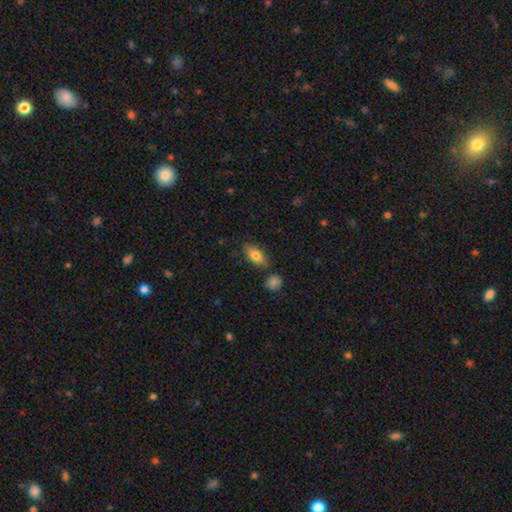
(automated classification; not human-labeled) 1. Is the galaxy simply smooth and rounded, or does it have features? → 78% smooth, 15% featured or disk, 7% star or artifact.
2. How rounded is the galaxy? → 84% in between, 12% cigar-shaped, 4% round.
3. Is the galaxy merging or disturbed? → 79% none, 13% minor disturbance, 5% merger, 3% major disturbance.